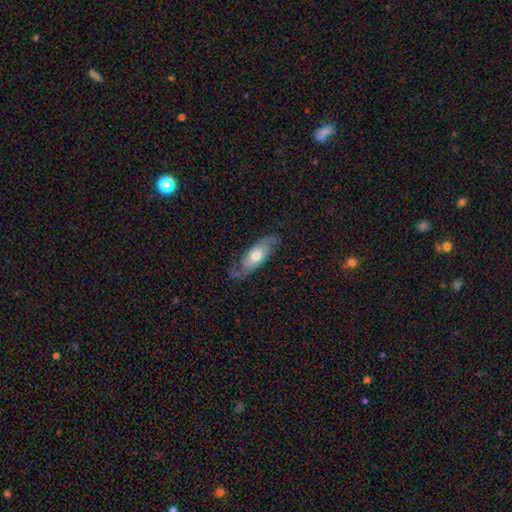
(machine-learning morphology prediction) The model was most divided on "smooth or featured": featured or disk: 63%, smooth: 31%, star or artifact: 6%. More confident: spiral arms — yes (85%); edge-on disk — no (85%); bar — no (71%); merging — none (68%); bulge size — moderate (67%).